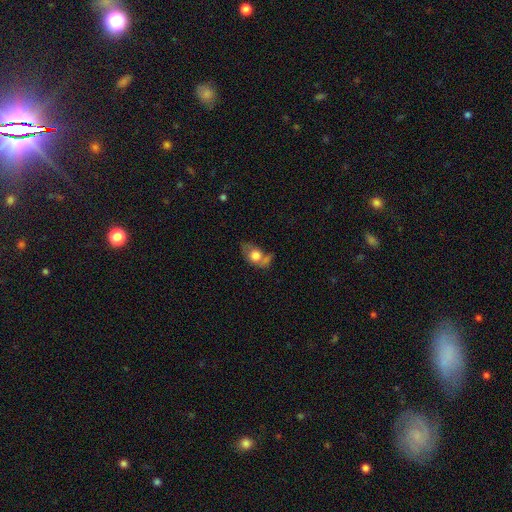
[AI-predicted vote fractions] A smooth galaxy with no disk features (62%) that is in between round and cigar-shaped (65%). Merging: none (33%).